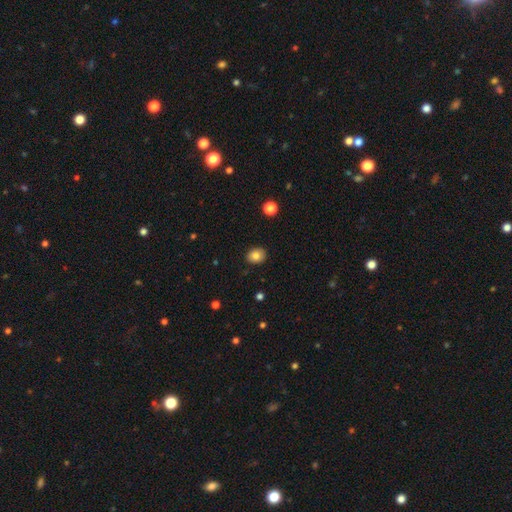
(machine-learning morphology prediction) Smooth or featured? Predicted: smooth (p=0.83). How rounded? Predicted: round (p=0.52). Merging? Predicted: none (p=0.88).